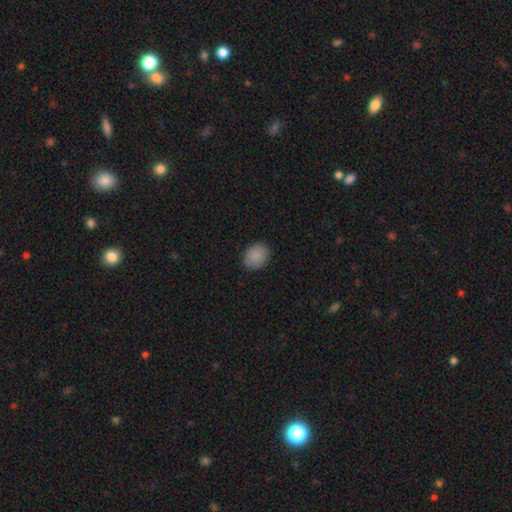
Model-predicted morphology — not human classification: Overall: smooth (88%). How rounded: round (52%; in between 47%). Merging: none (88%).